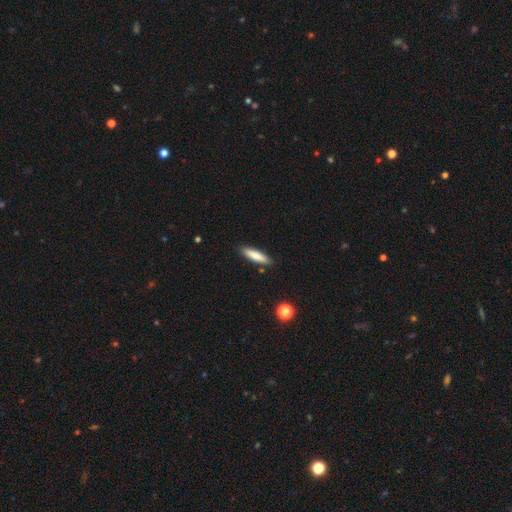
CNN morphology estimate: Smooth or featured? Predicted: smooth (p=0.79). How rounded? Predicted: cigar-shaped (p=0.76). Merging? Predicted: none (p=0.87).